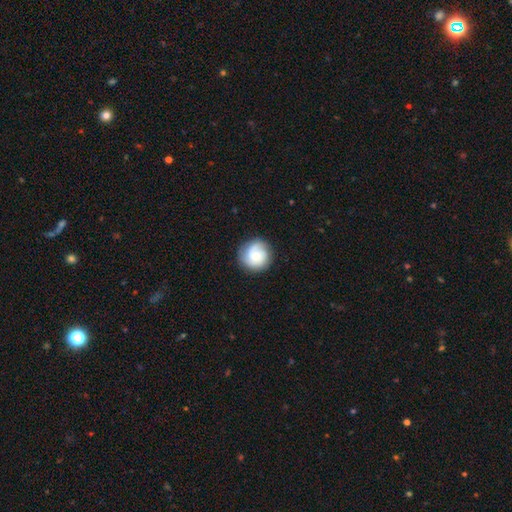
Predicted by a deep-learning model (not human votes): This appears to be a smooth galaxy with no disk features (60%) that is round (92%). Merging: none (82%).